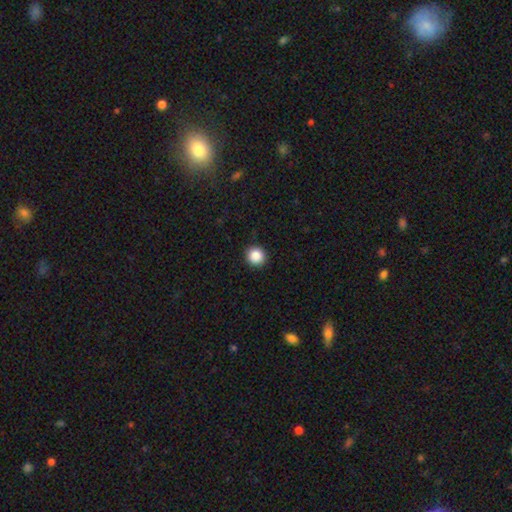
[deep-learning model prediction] This is clearly a smooth galaxy (87%). How rounded: clearly round (94%). Merging: clearly none (93%).